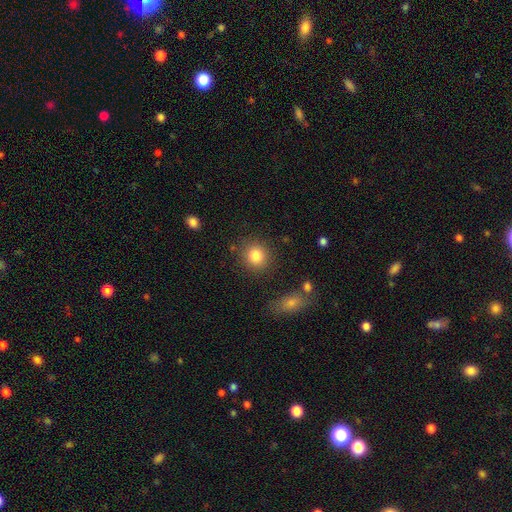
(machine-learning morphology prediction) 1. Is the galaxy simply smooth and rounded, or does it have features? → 84% smooth, 10% star or artifact, 7% featured or disk.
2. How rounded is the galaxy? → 85% round, 14% in between, 1% cigar-shaped.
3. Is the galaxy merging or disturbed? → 84% none, 9% minor disturbance, 3% major disturbance, 3% merger.